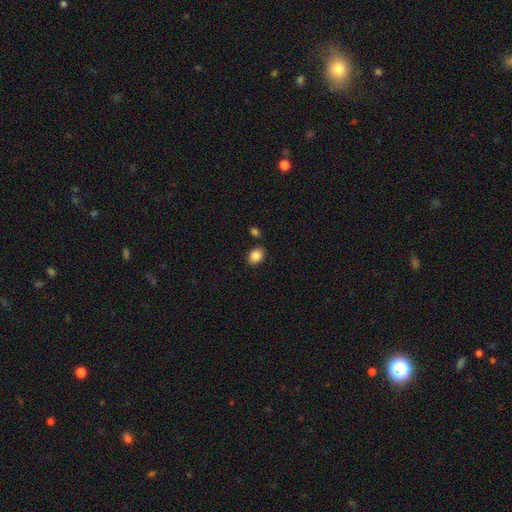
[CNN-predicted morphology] smooth-or-featured: smooth: 87% | star or artifact: 8% | featured or disk: 5%
  how-rounded: in between: 69% | round: 30% | cigar-shaped: 1%
  merging: none: 83% | minor disturbance: 10% | merger: 5% | major disturbance: 3%